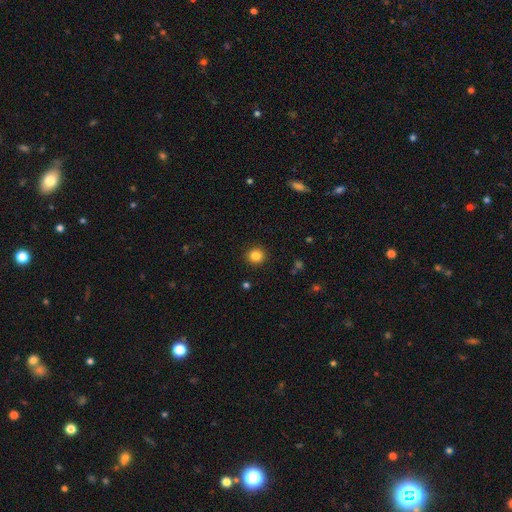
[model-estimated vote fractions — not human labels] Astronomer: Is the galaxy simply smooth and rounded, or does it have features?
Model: smooth — 84%.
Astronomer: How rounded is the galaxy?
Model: round — 93%.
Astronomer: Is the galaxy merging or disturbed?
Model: none — 92%.